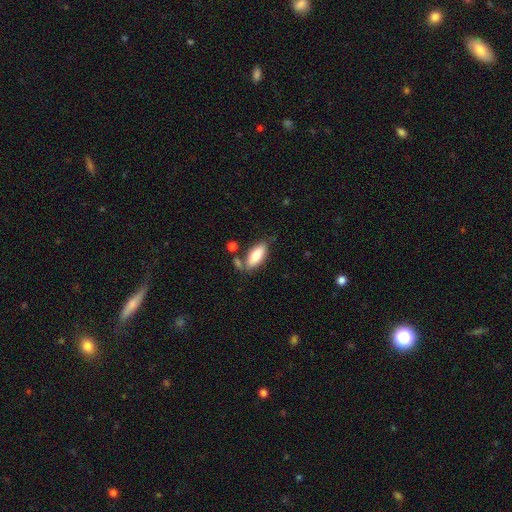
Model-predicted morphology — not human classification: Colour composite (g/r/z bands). It shows a smooth galaxy with no disk features (80%) that is in between round and cigar-shaped (78%). Merging: none (63%).